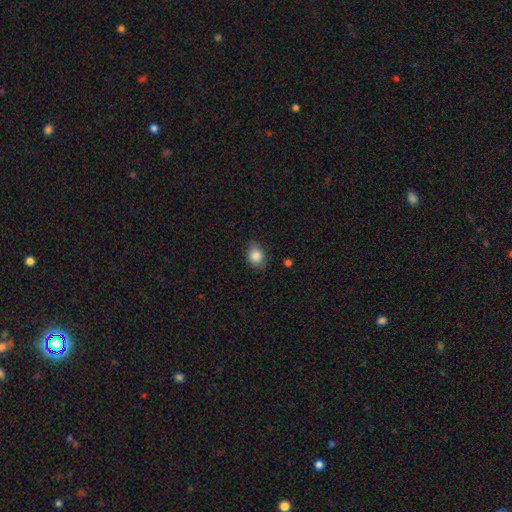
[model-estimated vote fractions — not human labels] Q: Smooth or featured?
A: smooth (86%); runner-up: star or artifact (8%)
Q: How rounded?
A: in between (61%); runner-up: round (38%)
Q: Merging?
A: none (78%); runner-up: minor disturbance (17%)